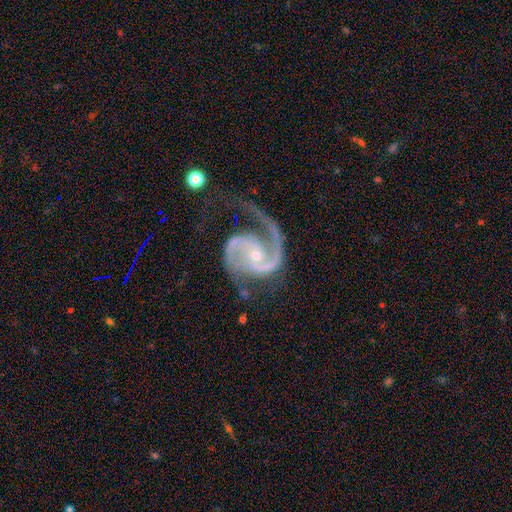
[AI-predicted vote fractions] A featured or disk galaxy (94%) with no bar (55%), 2 (88%) medium (61%) spiral arms (99%) and a small central bulge (72%).

Vote fractions:
- Smooth or featured? featured or disk: 94% / star or artifact: 4% / smooth: 2%
- Edge-on disk? no: 98% / yes: 2%
- Bar? no: 55% / weak: 30% / strong: 14%
- Spiral arms? yes: 99% / no: 1%
- Spiral winding? medium: 61% / tight: 21% / loose: 18%
- Spiral arm count? 2: 88% / 1: 6% / 3: 2% / can't tell: 2% / 4: 1% / more than 4: 1%
- Bulge size? small: 72% / moderate: 24% / none: 2% / large: 1% / dominant: 1%
- Merging? none: 55% / major disturbance: 23% / minor disturbance: 19% / merger: 3%